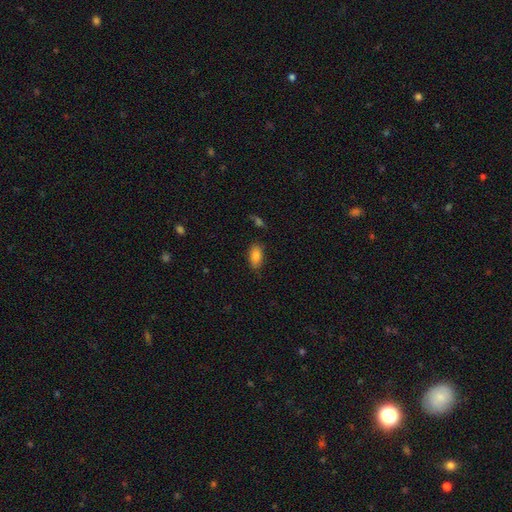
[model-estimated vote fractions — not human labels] Smooth or featured: smooth — 84% (star or artifact — 8%)
How rounded: in between — 91% (round — 5%)
Merging: none — 79% (minor disturbance — 15%)